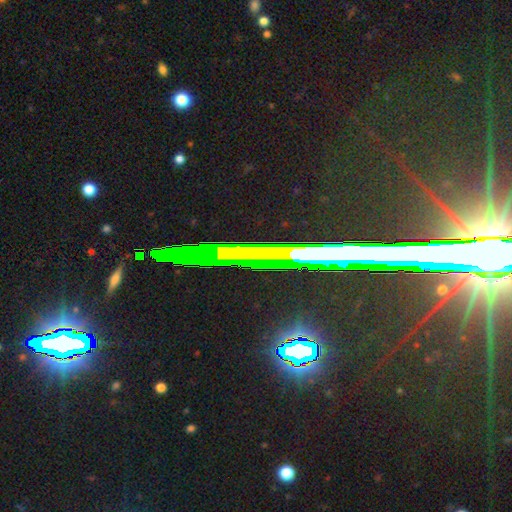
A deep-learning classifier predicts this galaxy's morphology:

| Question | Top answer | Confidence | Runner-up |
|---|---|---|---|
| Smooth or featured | star or artifact | 72% | featured or disk (15%) |